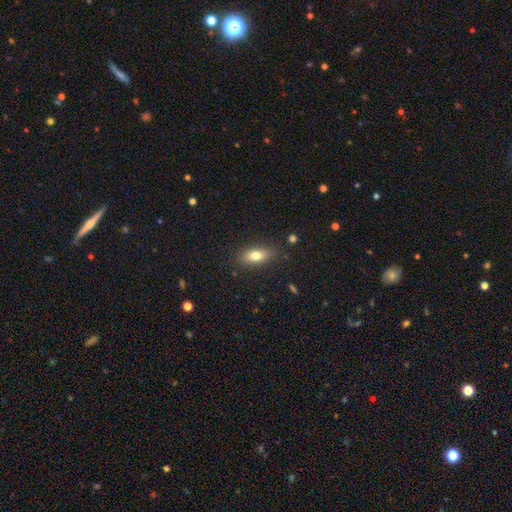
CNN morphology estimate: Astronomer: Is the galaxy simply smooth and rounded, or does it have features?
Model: smooth — 75%.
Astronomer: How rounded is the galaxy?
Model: in between — 77%.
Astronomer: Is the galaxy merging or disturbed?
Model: none — 84%.